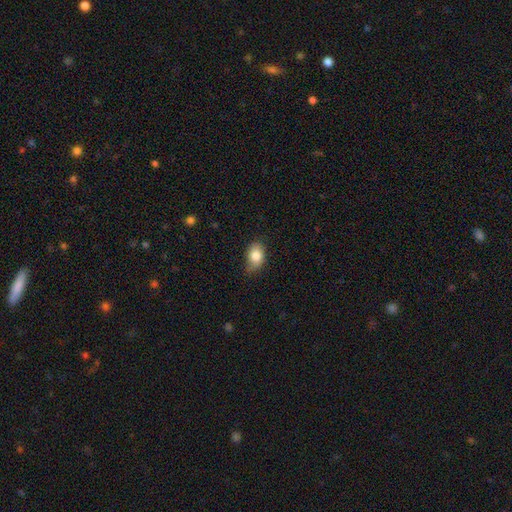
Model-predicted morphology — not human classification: This appears to be a smooth galaxy with no disk features (82%) that is in between round and cigar-shaped (80%). Merging: none (65%).